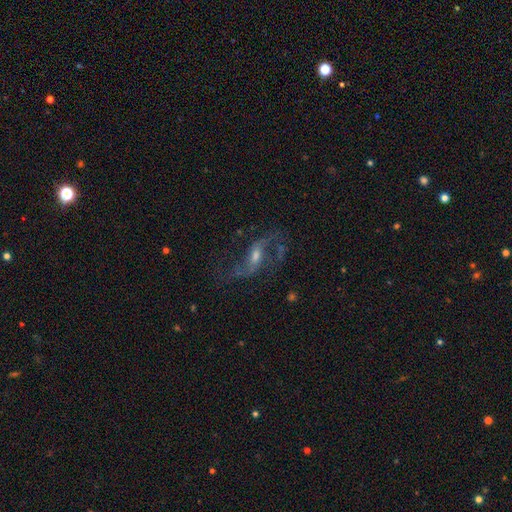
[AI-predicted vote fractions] Smooth or featured: featured or disk — 81% (smooth — 10%)
Edge-on disk: no — 93% (yes — 7%)
Bar: weak — 48% (no — 30%)
Spiral arms: yes — 91% (no — 9%)
Spiral winding: loose — 73% (medium — 22%)
Spiral arm count: 2 — 86% (can't tell — 5%)
Bulge size: moderate — 48% (small — 40%)
Merging: none — 61% (major disturbance — 20%)